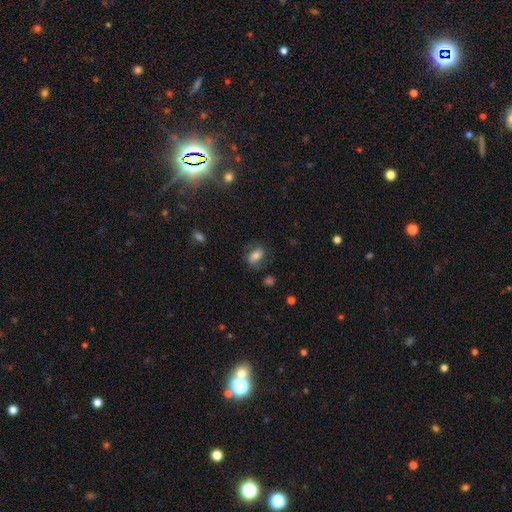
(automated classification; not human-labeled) A smooth galaxy with no disk features (71%) that is in between round and cigar-shaped (79%). Merging: none (71%).